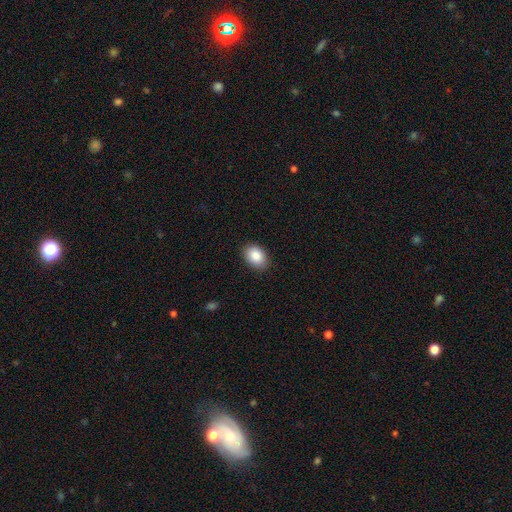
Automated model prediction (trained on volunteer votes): smooth 88%, star or artifact 7%, featured or disk 5%. Down the decision tree: how rounded — in between (83%); merging — none (88%).